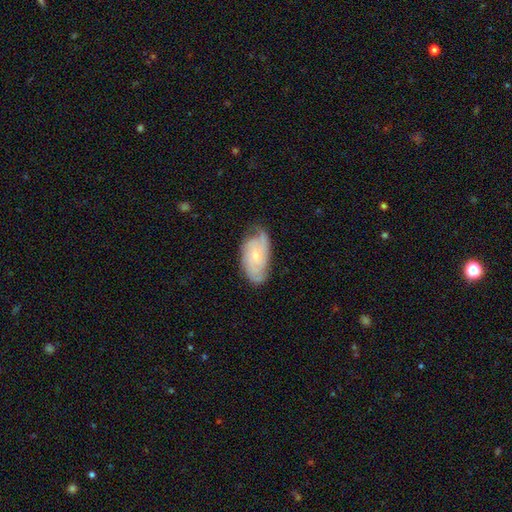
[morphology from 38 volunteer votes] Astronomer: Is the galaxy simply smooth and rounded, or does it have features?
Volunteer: featured or disk — 76%.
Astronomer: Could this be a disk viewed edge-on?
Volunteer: no — 100%.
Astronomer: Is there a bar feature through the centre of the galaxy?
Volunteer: no — 59% (runner-up: weak, 38%).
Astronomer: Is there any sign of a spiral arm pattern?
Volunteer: yes — 86%.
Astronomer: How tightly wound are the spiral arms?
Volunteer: medium — 48% (runner-up: tight, 44%).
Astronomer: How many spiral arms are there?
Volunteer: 2 — 60%.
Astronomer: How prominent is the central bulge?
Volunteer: small — 55% (runner-up: moderate, 38%).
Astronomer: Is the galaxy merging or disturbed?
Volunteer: none — 56%.